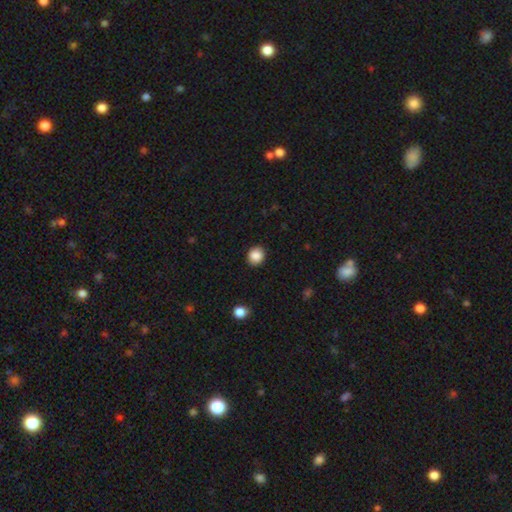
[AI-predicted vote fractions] Smooth or featured? Predicted: smooth (p=0.88). How rounded? Predicted: round (p=0.78). Merging? Predicted: none (p=0.91).